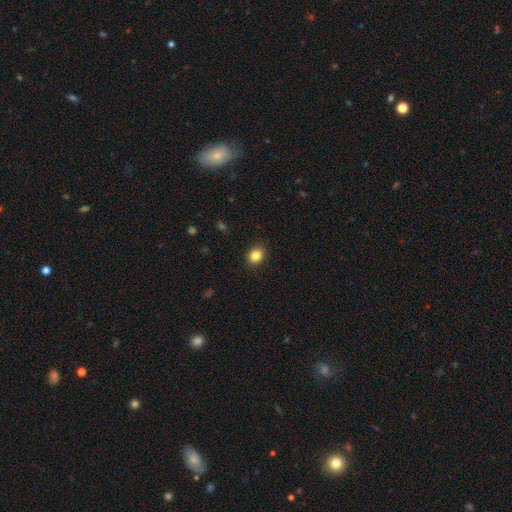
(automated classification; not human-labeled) smooth 85%, star or artifact 10%, featured or disk 5%. Down the decision tree: how rounded — round (63%); merging — none (89%).